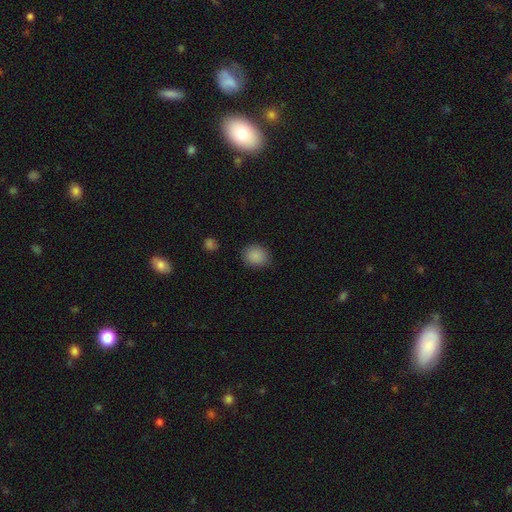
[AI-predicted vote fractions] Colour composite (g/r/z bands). It shows a smooth galaxy with no disk features (87%) that is round (65%). Merging: none (84%).